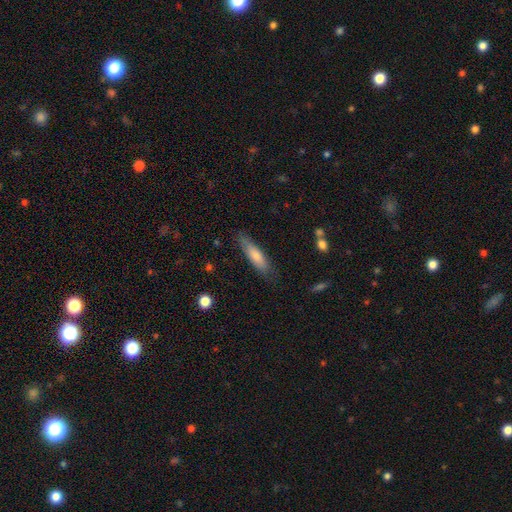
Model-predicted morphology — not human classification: smooth 77%, featured or disk 18%, star or artifact 6%. Down the decision tree: how rounded — cigar-shaped (69%); merging — none (79%).